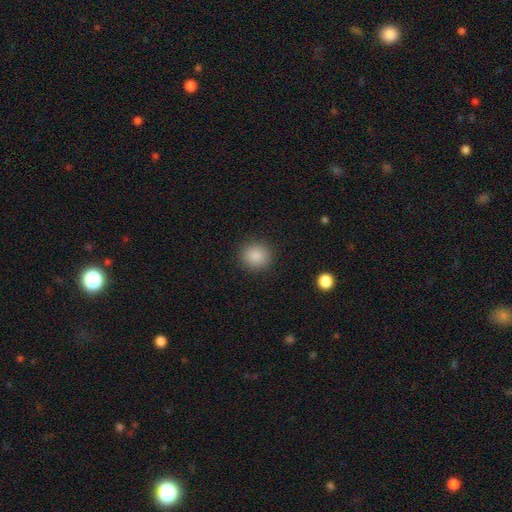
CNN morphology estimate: This is clearly a smooth galaxy (87%). How rounded: clearly round (90%). Merging: clearly none (91%).